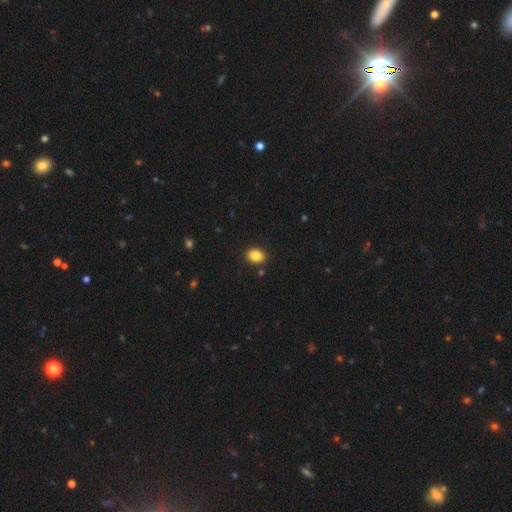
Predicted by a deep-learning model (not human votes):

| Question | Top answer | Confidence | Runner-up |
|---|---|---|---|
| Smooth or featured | smooth | 86% | star or artifact (9%) |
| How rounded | in between | 72% | round (27%) |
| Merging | none | 89% | minor disturbance (7%) |